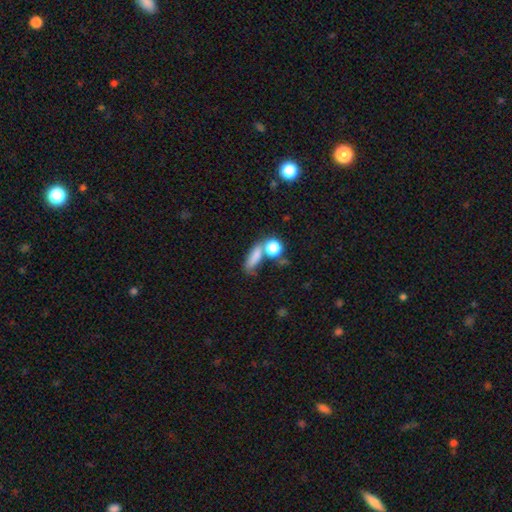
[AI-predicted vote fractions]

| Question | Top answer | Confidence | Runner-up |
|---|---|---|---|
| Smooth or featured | smooth | 76% | star or artifact (13%) |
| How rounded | in between | 45% | cigar-shaped (34%) |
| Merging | none | 49% | merger (29%) |